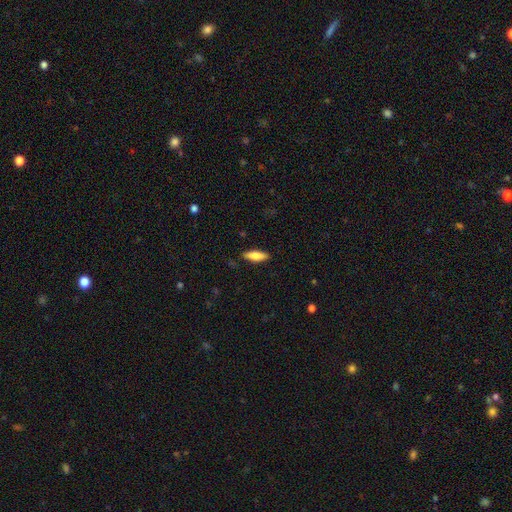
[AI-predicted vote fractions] This is likely a smooth galaxy (75%). How rounded: possibly in between (52%). Merging: clearly none (88%).